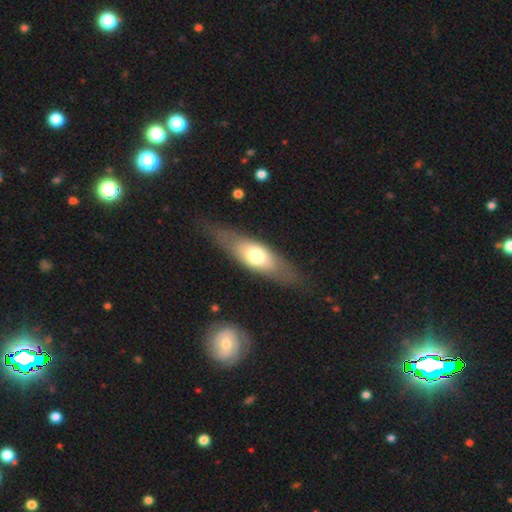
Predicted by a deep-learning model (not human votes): This appears to be a smooth galaxy with no disk features (55%) that is in between round and cigar-shaped (60%). Merging: none (76%).